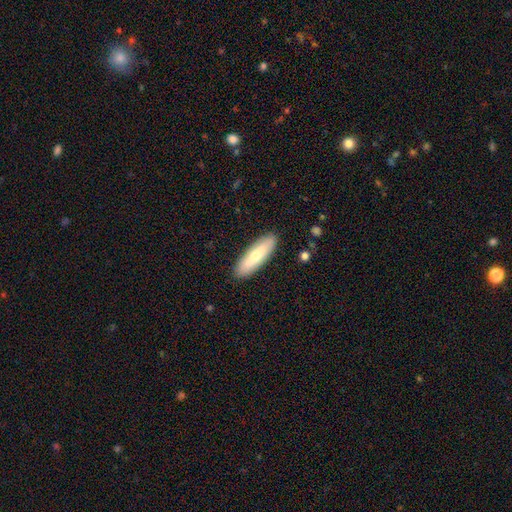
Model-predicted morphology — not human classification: Smooth or featured?
  - smooth: 62% *
  - featured or disk: 33%
  - star or artifact: 5%
How rounded?
  - cigar-shaped: 57% *
  - in between: 41%
  - round: 2%
Merging?
  - none: 89% *
  - minor disturbance: 8%
  - major disturbance: 2%
  - merger: 1%